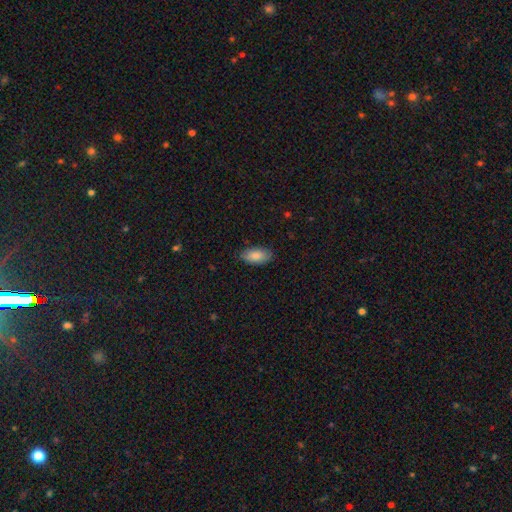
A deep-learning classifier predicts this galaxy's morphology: Smooth or featured? Predicted: smooth (p=0.86). How rounded? Predicted: in between (p=0.92). Merging? Predicted: none (p=0.81).